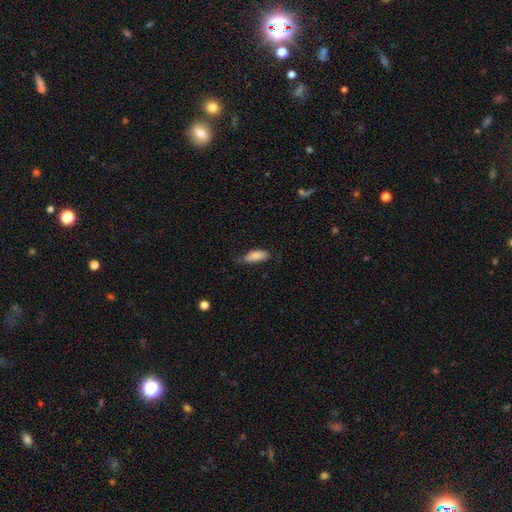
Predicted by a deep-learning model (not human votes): This appears to be a smooth galaxy with no disk features (86%) that is in between round and cigar-shaped (79%). Merging: none (62%).